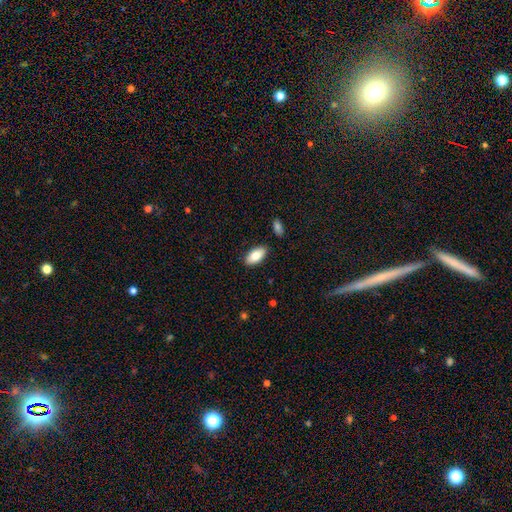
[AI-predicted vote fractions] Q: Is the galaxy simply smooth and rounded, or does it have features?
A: smooth — 83%.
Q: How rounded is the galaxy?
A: in between — 91%.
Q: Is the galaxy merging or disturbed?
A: none — 87%.